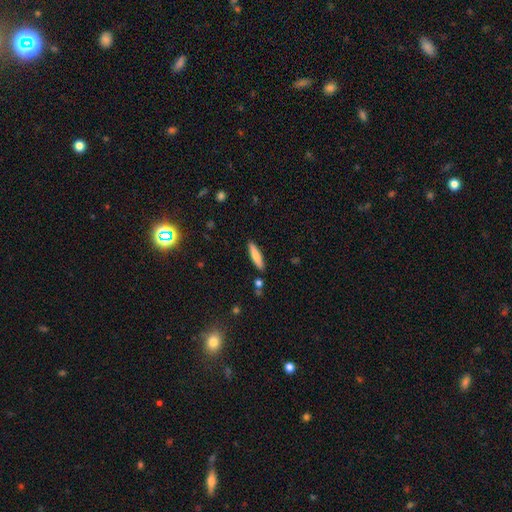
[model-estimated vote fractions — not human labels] A smooth galaxy with no disk features (68%) that is cigar-shaped (79%). Merging: none (87%).